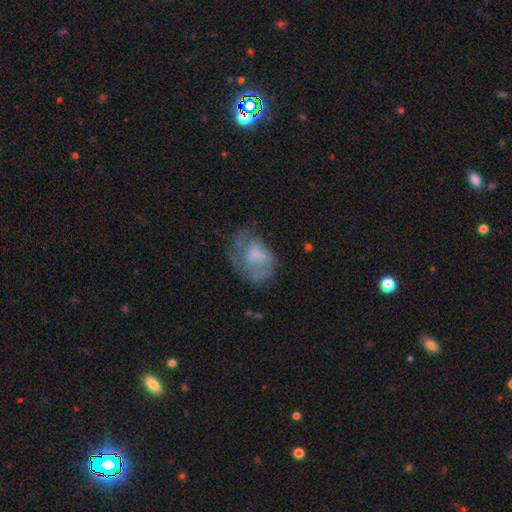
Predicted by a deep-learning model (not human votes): Smooth or featured? Predicted: smooth (p=0.48). Merging? Predicted: none (p=0.38).